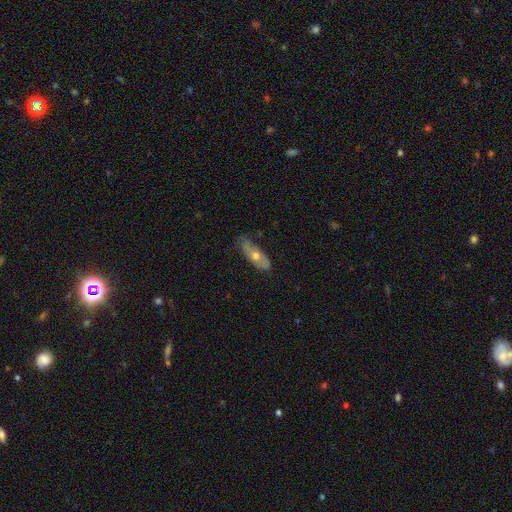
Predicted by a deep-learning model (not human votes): Overall: featured or disk (48%; smooth 45%). Merging: none (72%).